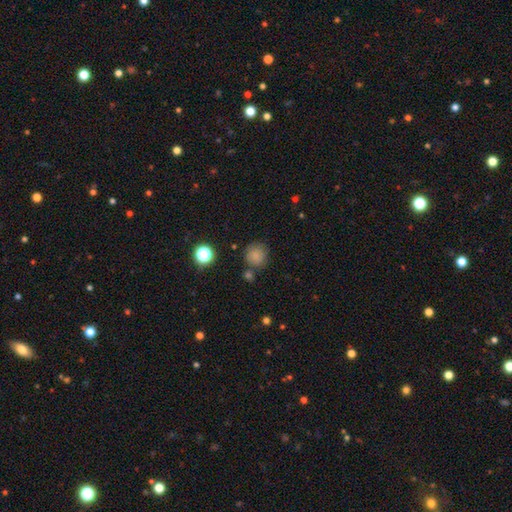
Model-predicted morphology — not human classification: This appears to be a smooth galaxy with no disk features (82%) that is round (90%). Merging: none (73%).